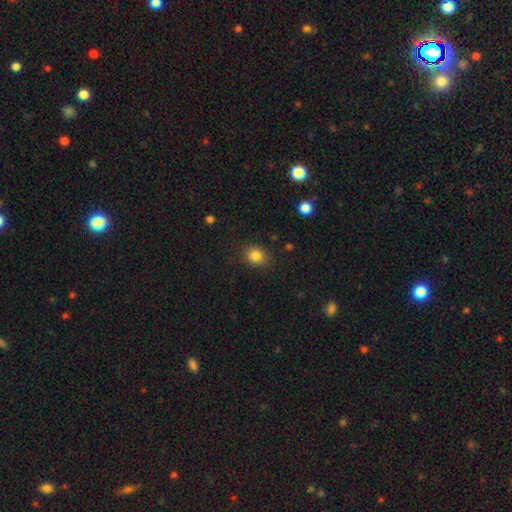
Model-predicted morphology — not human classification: This is clearly a smooth galaxy (84%). How rounded: likely round (69%). Merging: clearly none (85%).